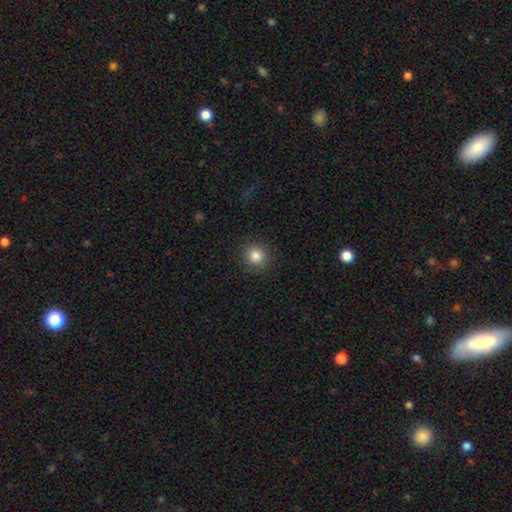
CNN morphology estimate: Smooth or featured? Predicted: smooth (p=0.84). How rounded? Predicted: round (p=0.92). Merging? Predicted: none (p=0.89).